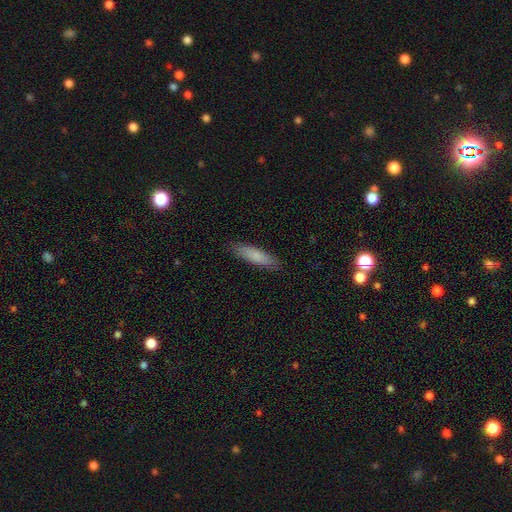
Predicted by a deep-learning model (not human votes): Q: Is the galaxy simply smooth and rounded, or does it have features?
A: smooth — 79%.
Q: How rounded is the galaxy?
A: cigar-shaped — 72%.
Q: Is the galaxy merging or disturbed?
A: none — 87%.